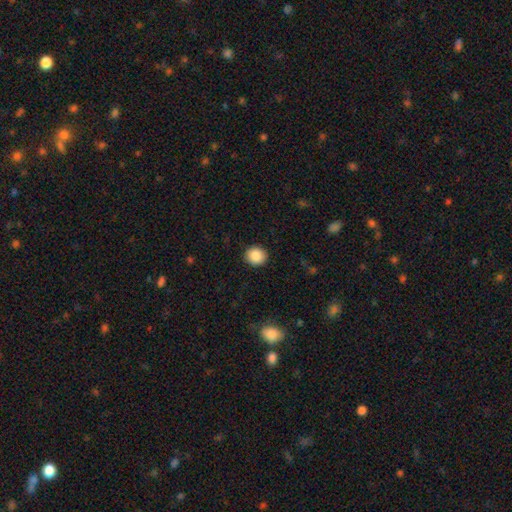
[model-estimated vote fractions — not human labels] Smooth or featured? Predicted: smooth (p=0.88). How rounded? Predicted: round (p=0.85). Merging? Predicted: none (p=0.91).